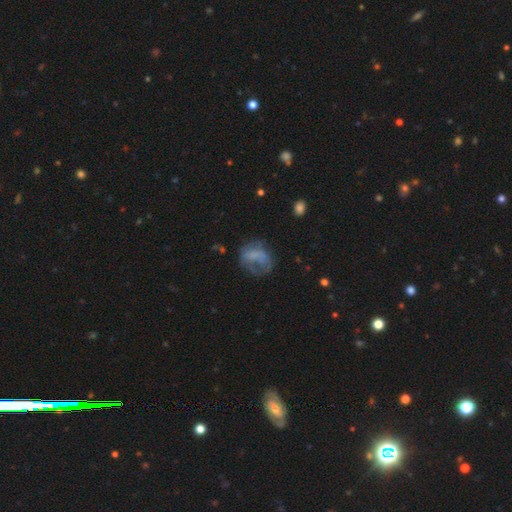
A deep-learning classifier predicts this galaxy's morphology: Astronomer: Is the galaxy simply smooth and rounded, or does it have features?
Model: smooth — 52% (runner-up: featured or disk, 36%).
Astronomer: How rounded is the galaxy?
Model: in between — 52% (runner-up: round, 47%).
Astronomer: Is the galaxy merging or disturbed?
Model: none — 39% (runner-up: major disturbance, 33%).